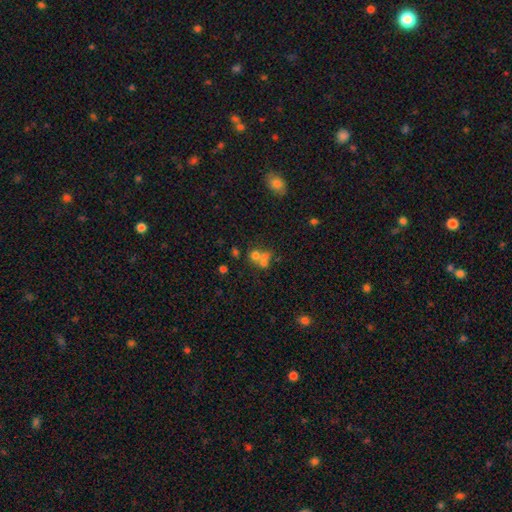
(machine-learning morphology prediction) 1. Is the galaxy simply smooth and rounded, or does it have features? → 52% smooth, 24% featured or disk, 24% star or artifact.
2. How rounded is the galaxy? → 75% round, 23% in between, 2% cigar-shaped.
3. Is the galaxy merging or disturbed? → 52% merger, 36% none, 7% minor disturbance, 5% major disturbance.